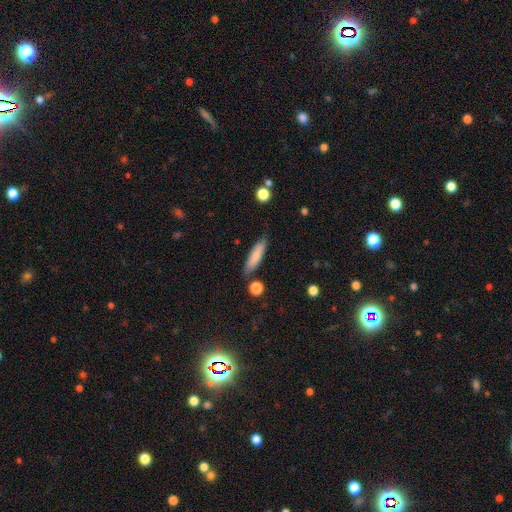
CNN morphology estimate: smooth-or-featured: smooth: 78% | featured or disk: 16% | star or artifact: 6%
  how-rounded: cigar-shaped: 69% | in between: 29% | round: 2%
  merging: none: 78% | minor disturbance: 15% | merger: 4% | major disturbance: 3%